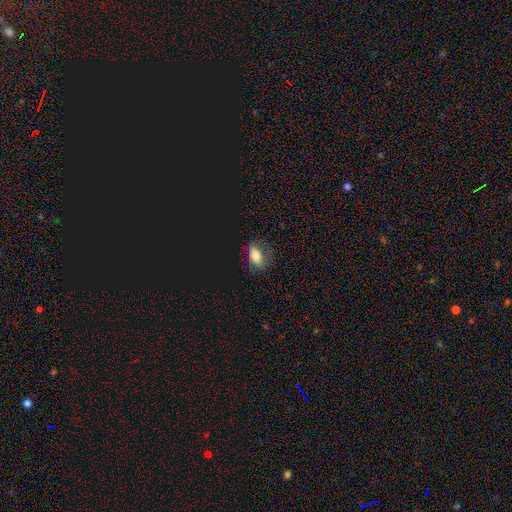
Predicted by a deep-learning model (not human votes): Smooth or featured? Predicted: smooth (p=0.67). How rounded? Predicted: in between (p=0.83). Merging? Predicted: none (p=0.72).